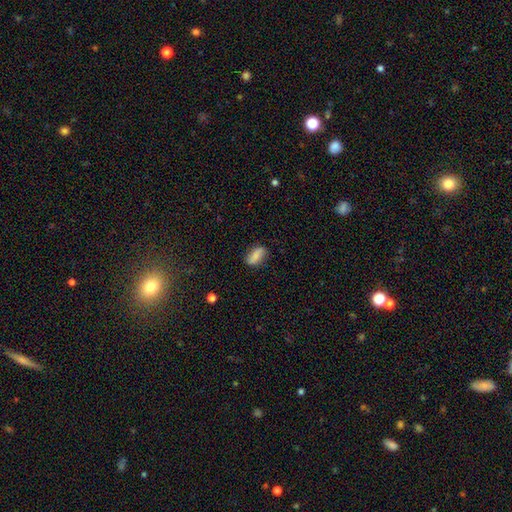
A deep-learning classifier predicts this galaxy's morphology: The model was most divided on "smooth or featured": smooth: 73%, featured or disk: 19%, star or artifact: 8%. More confident: how rounded — in between (80%); merging — none (79%).